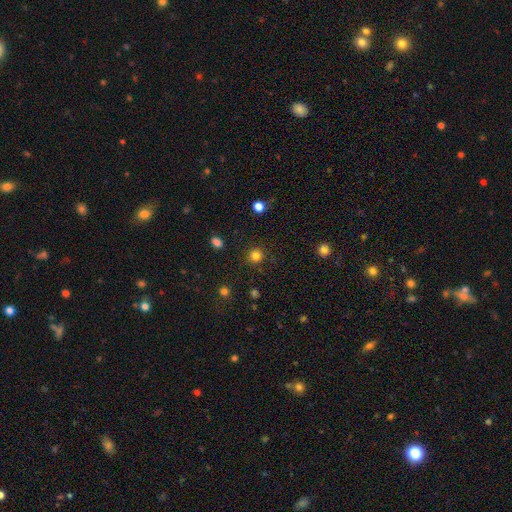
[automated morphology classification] smooth 82%, star or artifact 14%, featured or disk 4%. Down the decision tree: how rounded — round (93%); merging — none (90%).